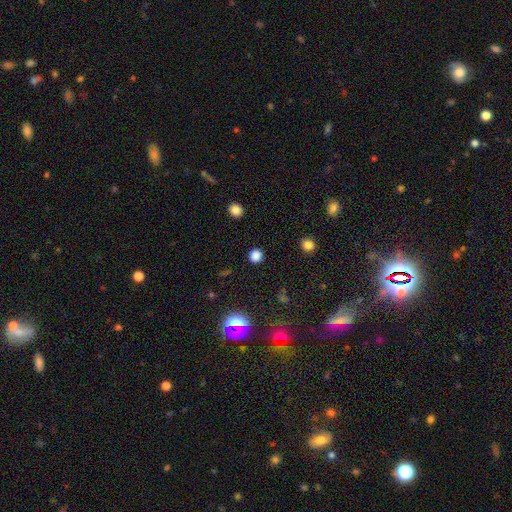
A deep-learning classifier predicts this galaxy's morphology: Smooth or featured?
  - smooth: 79% *
  - star or artifact: 18%
  - featured or disk: 4%
How rounded?
  - round: 89% *
  - in between: 10%
  - cigar-shaped: 1%
Merging?
  - none: 90% *
  - minor disturbance: 6%
  - major disturbance: 3%
  - merger: 1%